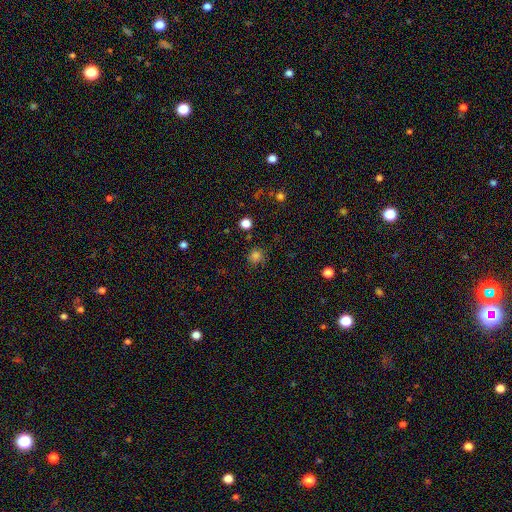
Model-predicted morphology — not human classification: Q: Smooth or featured?
A: smooth (80%); runner-up: star or artifact (15%)
Q: How rounded?
A: round (90%); runner-up: in between (9%)
Q: Merging?
A: none (81%); runner-up: minor disturbance (13%)